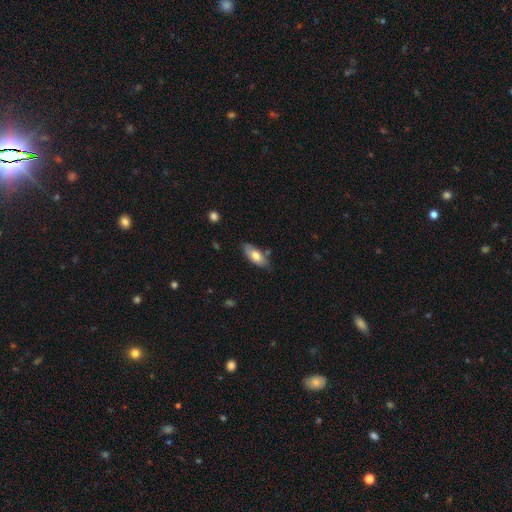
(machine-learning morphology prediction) smooth_or_featured: smooth (p=0.70) [alt: featured or disk p=0.24]
how_rounded: in between (p=0.82) [alt: cigar-shaped p=0.15]
merging: none (p=0.75) [alt: minor disturbance p=0.18]